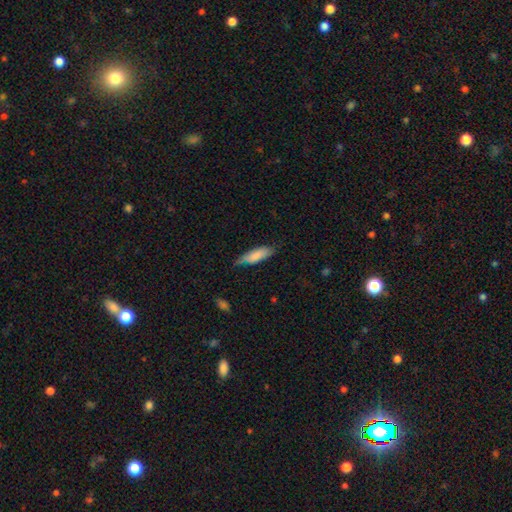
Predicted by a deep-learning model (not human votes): A smooth galaxy with no disk features (78%) that is in between round and cigar-shaped (53%). Merging: none (60%).